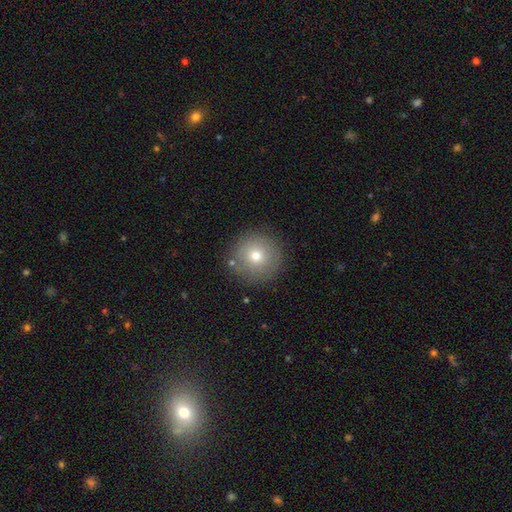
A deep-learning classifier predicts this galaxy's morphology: Overall: smooth (73%). How rounded: round (96%). Merging: none (86%).